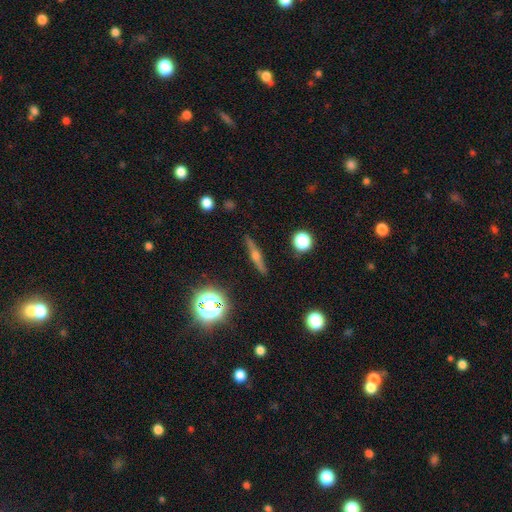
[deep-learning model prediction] Morphology: type=featured or disk (65%); edge-on=yes (95%); edge-on bulge=rounded (90%); merging=none (89%).